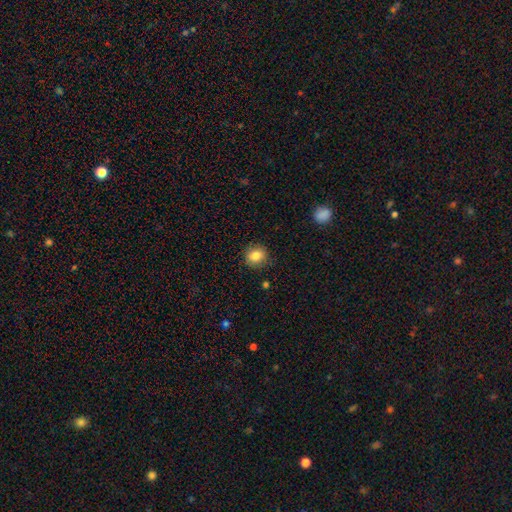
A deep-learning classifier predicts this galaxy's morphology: smooth 84%, star or artifact 10%, featured or disk 6%. Down the decision tree: how rounded — round (82%); merging — none (88%).